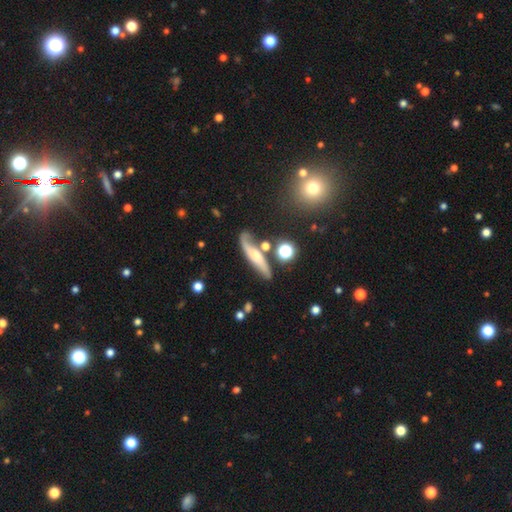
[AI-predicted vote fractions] A featured or disk galaxy (58%). Merging: none (58%).